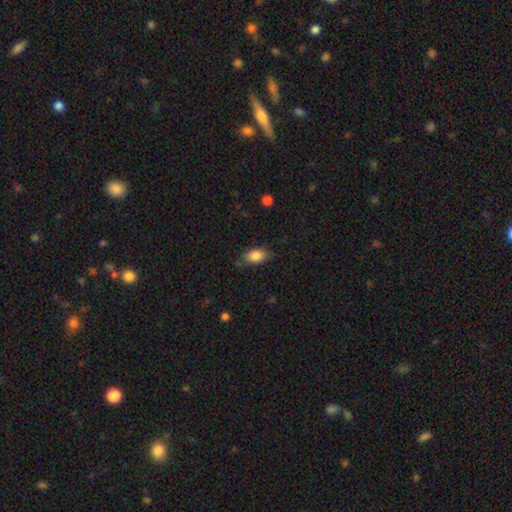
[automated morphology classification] Smooth or featured? Predicted: smooth (p=0.84). How rounded? Predicted: in between (p=0.88). Merging? Predicted: none (p=0.76).